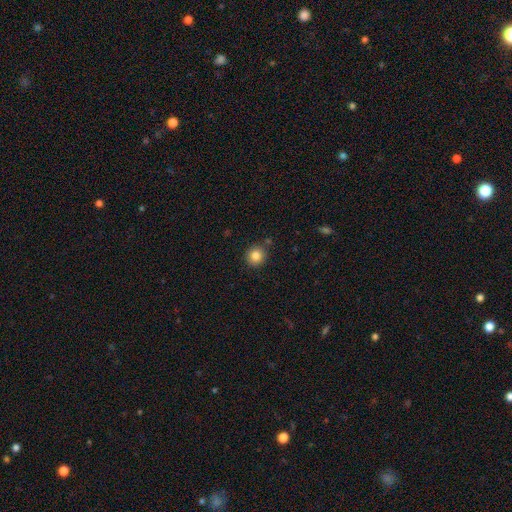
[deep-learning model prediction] smooth-or-featured: smooth: 84% | star or artifact: 10% | featured or disk: 6%
  how-rounded: round: 90% | in between: 9% | cigar-shaped: 1%
  merging: none: 85% | minor disturbance: 9% | merger: 4% | major disturbance: 2%